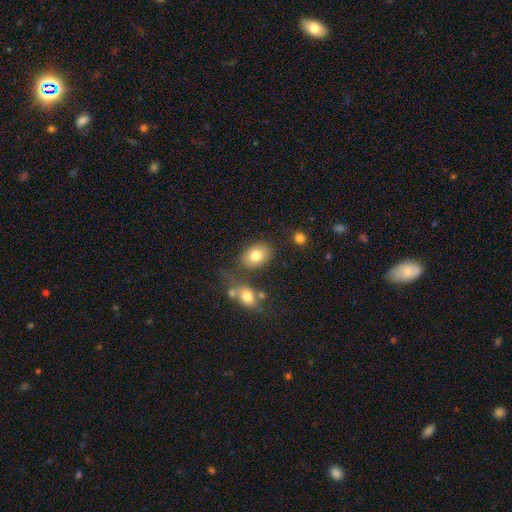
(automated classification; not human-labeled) smooth_or_featured: smooth (p=0.80) [alt: featured or disk p=0.11]
how_rounded: in between (p=0.75) [alt: round p=0.24]
merging: none (p=0.72) [alt: minor disturbance p=0.14]